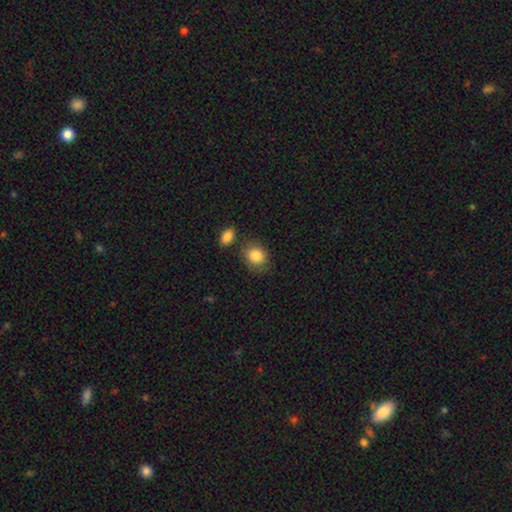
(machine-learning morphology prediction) Q: Smooth or featured?
A: smooth (86%); runner-up: star or artifact (7%)
Q: How rounded?
A: round (55%); runner-up: in between (44%)
Q: Merging?
A: none (69%); runner-up: minor disturbance (17%)